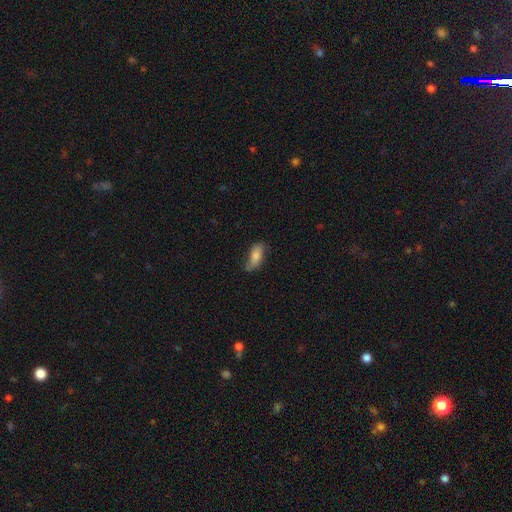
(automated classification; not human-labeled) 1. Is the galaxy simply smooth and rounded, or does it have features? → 73% smooth, 18% featured or disk, 8% star or artifact.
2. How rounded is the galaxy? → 77% in between, 20% cigar-shaped, 3% round.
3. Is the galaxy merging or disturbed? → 63% none, 27% minor disturbance, 7% major disturbance, 2% merger.